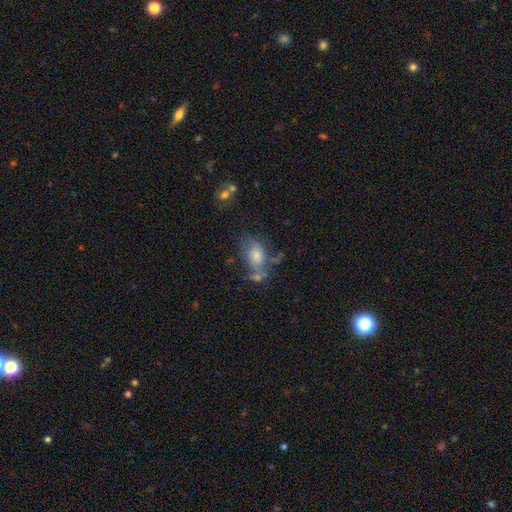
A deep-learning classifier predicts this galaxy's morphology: smooth-or-featured: smooth: 53% | featured or disk: 33% | star or artifact: 15%
  how-rounded: in between: 81% | round: 15% | cigar-shaped: 4%
  merging: none: 38% | merger: 24% | minor disturbance: 21% | major disturbance: 17%